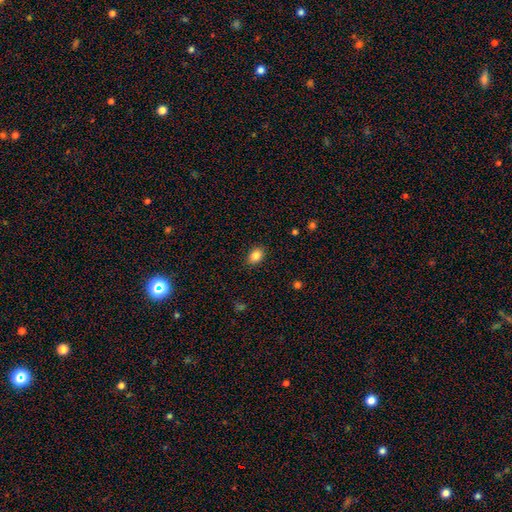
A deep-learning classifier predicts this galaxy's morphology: smooth-or-featured: smooth: 85% | star or artifact: 9% | featured or disk: 6%
  how-rounded: in between: 77% | round: 22% | cigar-shaped: 1%
  merging: none: 88% | minor disturbance: 9% | major disturbance: 2% | merger: 1%